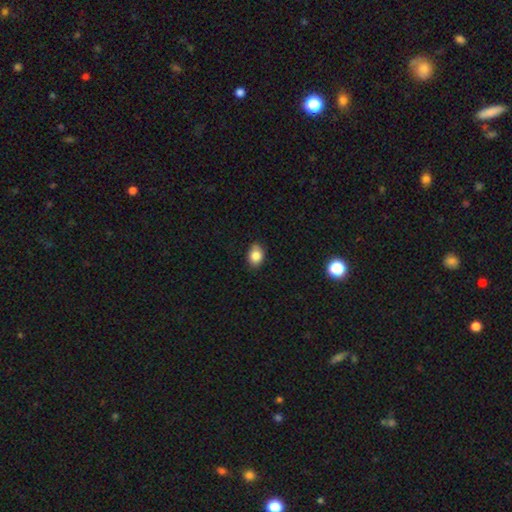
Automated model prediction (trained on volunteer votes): Overall: smooth (85%). How rounded: in between (71%). Merging: none (81%).